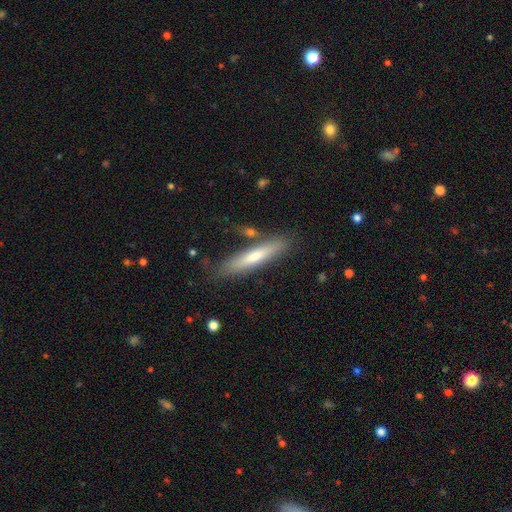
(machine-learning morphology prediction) A smooth galaxy with no disk features (53%) that is cigar-shaped (89%). Merging: none (82%).